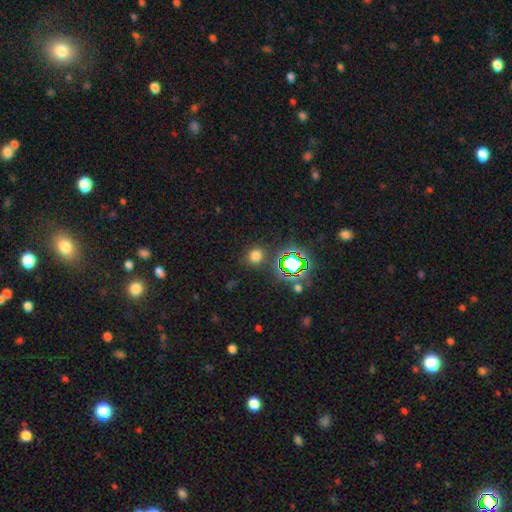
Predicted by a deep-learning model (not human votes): smooth_or_featured: smooth (p=0.68) [alt: star or artifact p=0.26]
how_rounded: round (p=0.86) [alt: in between p=0.13]
merging: none (p=0.84) [alt: minor disturbance p=0.09]